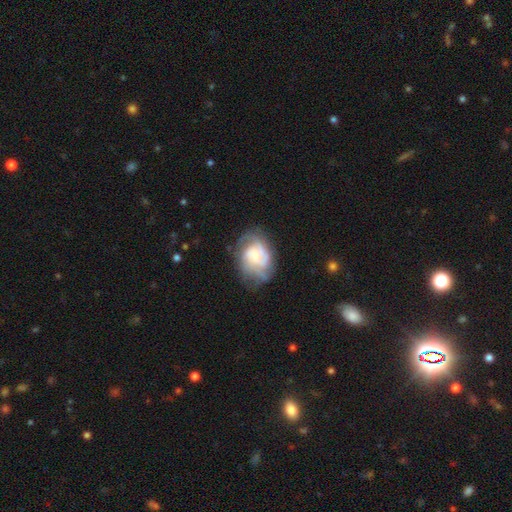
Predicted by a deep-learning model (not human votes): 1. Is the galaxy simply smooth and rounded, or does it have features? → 74% featured or disk, 20% smooth, 7% star or artifact.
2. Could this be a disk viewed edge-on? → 97% no, 3% yes.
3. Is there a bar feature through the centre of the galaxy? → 68% no, 28% weak, 4% strong.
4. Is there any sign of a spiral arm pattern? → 90% yes, 10% no.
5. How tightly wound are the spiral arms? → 49% tight, 38% medium, 13% loose.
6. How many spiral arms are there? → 36% can't tell, 23% 2, 23% 3, 9% 4, 5% 1, 4% more than 4.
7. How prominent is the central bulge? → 53% small, 34% moderate, 6% large, 6% none, 1% dominant.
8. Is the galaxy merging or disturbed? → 59% none, 24% minor disturbance, 15% major disturbance, 2% merger.